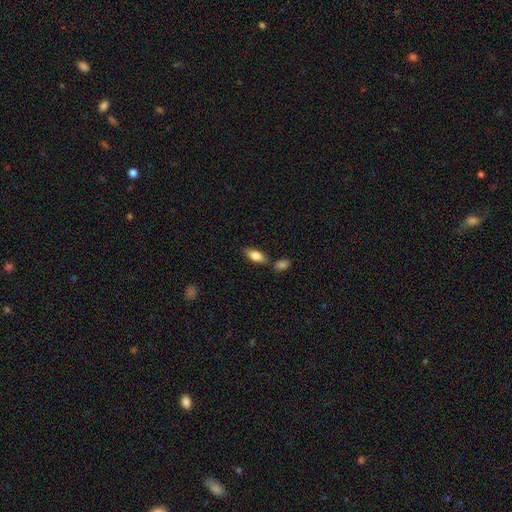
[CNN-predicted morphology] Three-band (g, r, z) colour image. It shows a smooth galaxy with no disk features (73%) that is in between round and cigar-shaped (79%). Merging: none (73%).